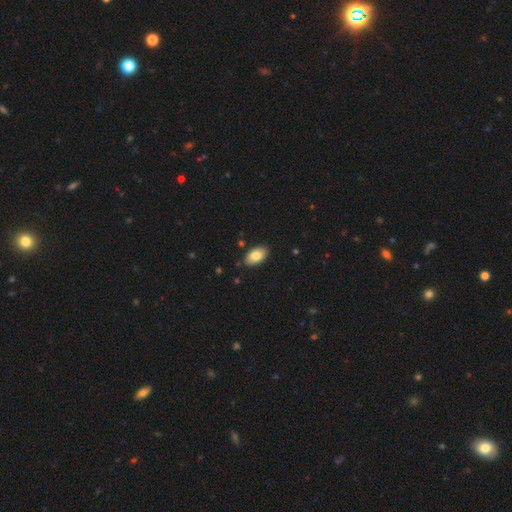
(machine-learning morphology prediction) smooth_or_featured: smooth (p=0.83) [alt: featured or disk p=0.10]
how_rounded: in between (p=0.95) [alt: round p=0.04]
merging: none (p=0.87) [alt: minor disturbance p=0.10]